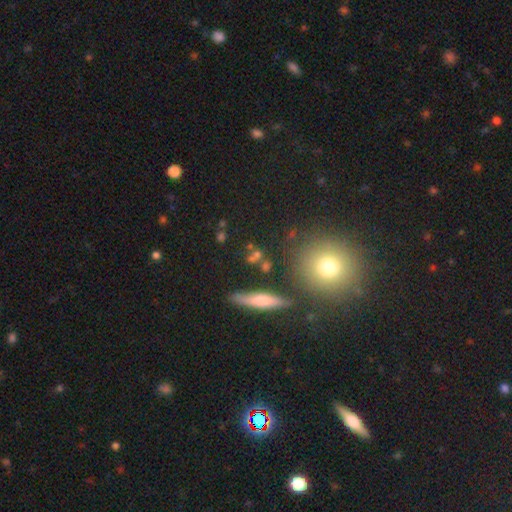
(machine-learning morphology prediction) Smooth or featured: smooth — 54% (featured or disk — 25%)
How rounded: round — 56% (in between — 22%)
Merging: none — 77% (minor disturbance — 11%)